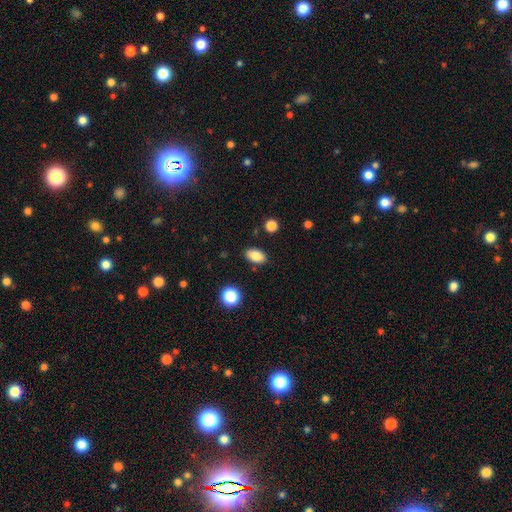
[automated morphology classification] This appears to be a smooth galaxy with no disk features (83%) that is in between round and cigar-shaped (89%). Merging: none (87%).